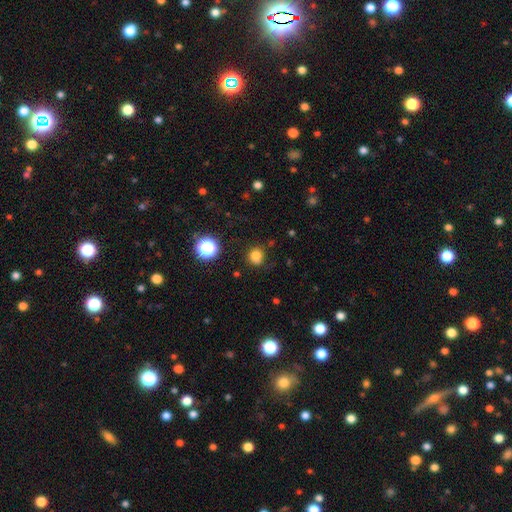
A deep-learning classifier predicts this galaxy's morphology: smooth_or_featured: smooth (p=0.80) [alt: star or artifact p=0.15]
how_rounded: round (p=0.85) [alt: in between p=0.14]
merging: none (p=0.81) [alt: minor disturbance p=0.13]